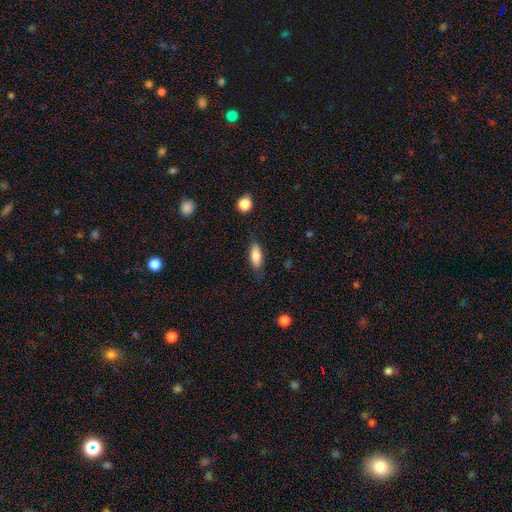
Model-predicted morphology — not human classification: Smooth or featured?
  - smooth: 81% *
  - featured or disk: 12%
  - star or artifact: 7%
How rounded?
  - in between: 71% *
  - cigar-shaped: 26%
  - round: 3%
Merging?
  - none: 78% *
  - minor disturbance: 16%
  - major disturbance: 4%
  - merger: 2%